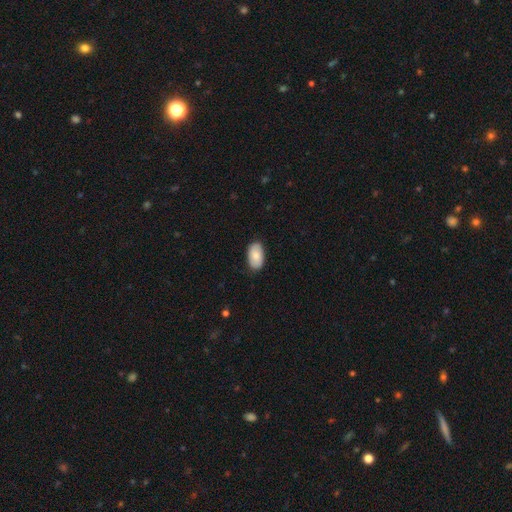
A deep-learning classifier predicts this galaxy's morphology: Smooth or featured? Predicted: smooth (p=0.78). How rounded? Predicted: in between (p=0.94). Merging? Predicted: none (p=0.85).